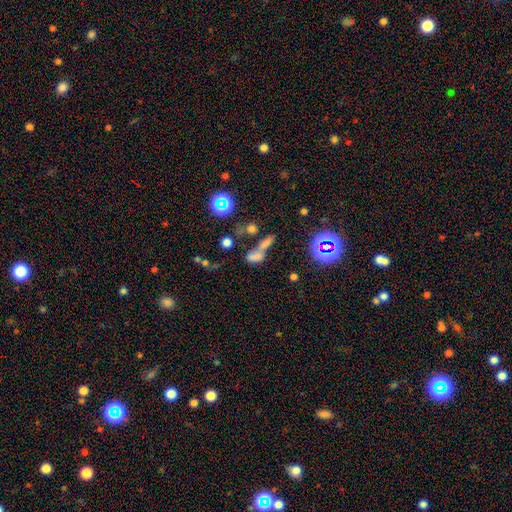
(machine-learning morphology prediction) Smooth or featured?
  - smooth: 59% *
  - star or artifact: 24%
  - featured or disk: 17%
How rounded?
  - in between: 66% *
  - cigar-shaped: 17%
  - round: 17%
Merging?
  - merger: 58% *
  - none: 23%
  - major disturbance: 10%
  - minor disturbance: 9%